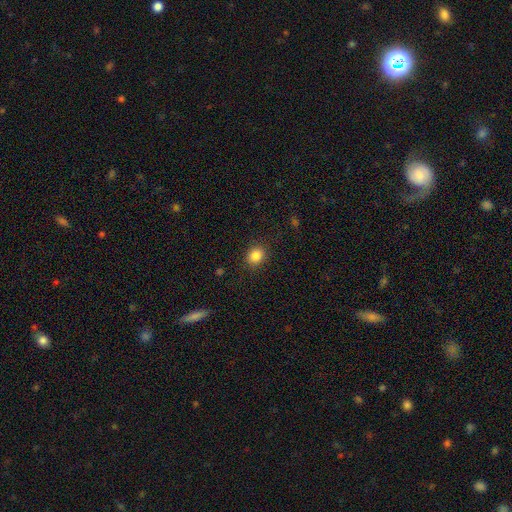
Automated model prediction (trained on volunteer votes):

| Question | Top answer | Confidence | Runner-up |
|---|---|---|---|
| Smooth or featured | smooth | 85% | star or artifact (10%) |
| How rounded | round | 64% | in between (35%) |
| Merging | none | 88% | minor disturbance (9%) |